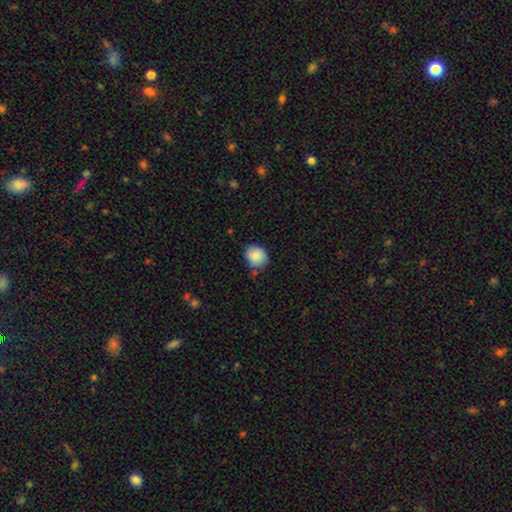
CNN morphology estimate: A smooth galaxy with no disk features (84%) that is round (70%).

Vote fractions:
- Smooth or featured? smooth: 84% / featured or disk: 8% / star or artifact: 8%
- How rounded? round: 70% / in between: 29% / cigar-shaped: 1%
- Merging? none: 68% / minor disturbance: 23% / merger: 5% / major disturbance: 4%